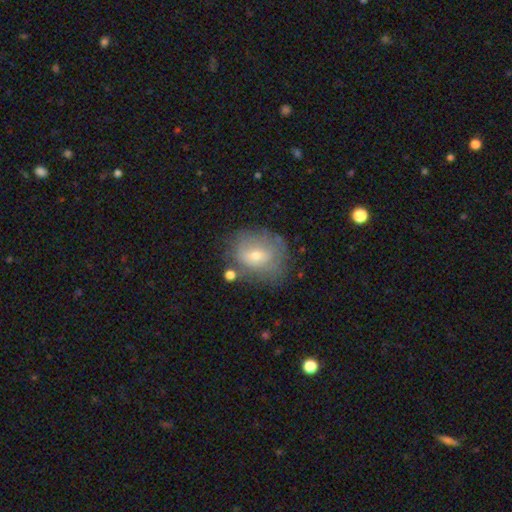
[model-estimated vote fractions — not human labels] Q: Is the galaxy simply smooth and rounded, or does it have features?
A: smooth — 50%.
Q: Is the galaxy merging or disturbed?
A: none — 59%.